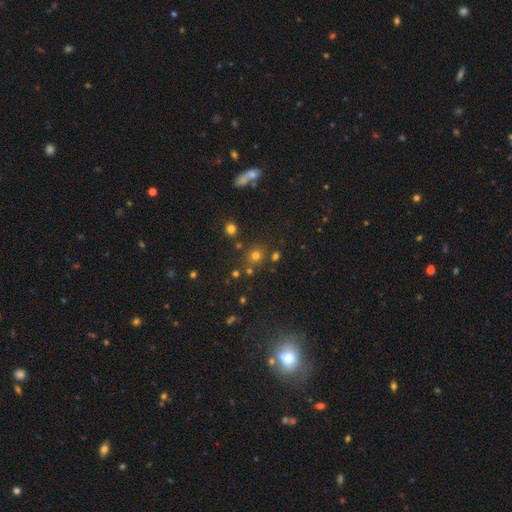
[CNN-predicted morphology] A smooth galaxy with no disk features (67%) that is round (87%). Merging: none (79%).